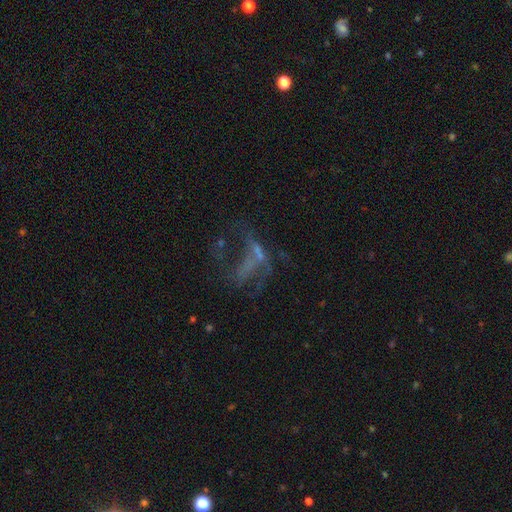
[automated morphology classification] Overall: featured or disk (54%; star or artifact 26%). Edge-on disk: no (95%). Bar: no (79%). Spiral arms: no (82%). Bulge size: none (75%). Merging: major disturbance (46%; none 30%).